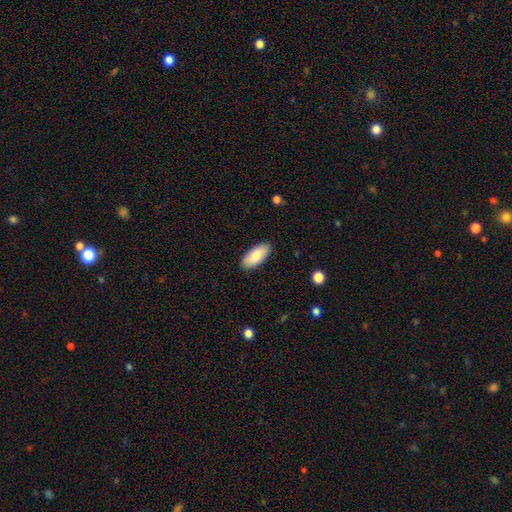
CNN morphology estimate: Overall: smooth (84%). How rounded: in between (90%). Merging: none (88%).